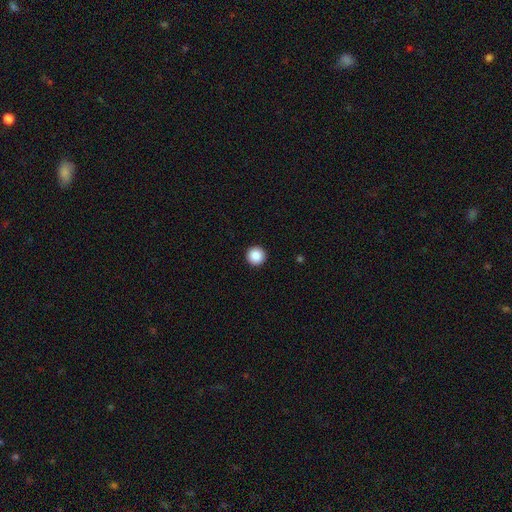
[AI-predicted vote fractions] Morphology: type=smooth (88%); roundness=round (97%); merging=none (94%).